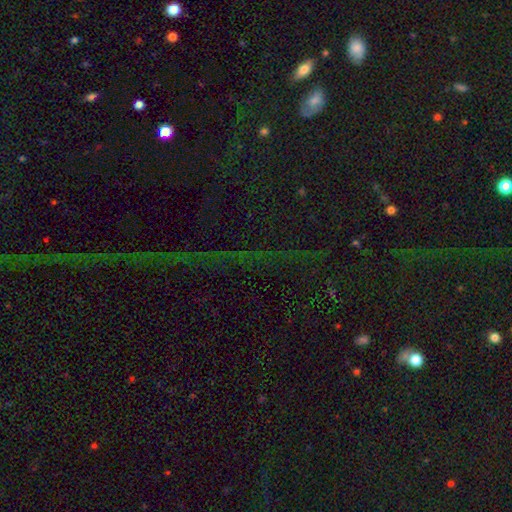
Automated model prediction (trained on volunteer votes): Overall: star or artifact (73%).